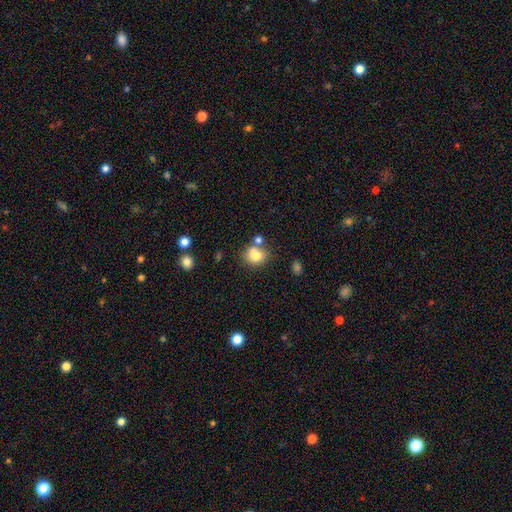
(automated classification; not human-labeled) Q: Smooth or featured?
A: smooth (78%); runner-up: featured or disk (12%)
Q: How rounded?
A: round (72%); runner-up: in between (27%)
Q: Merging?
A: none (57%); runner-up: merger (25%)